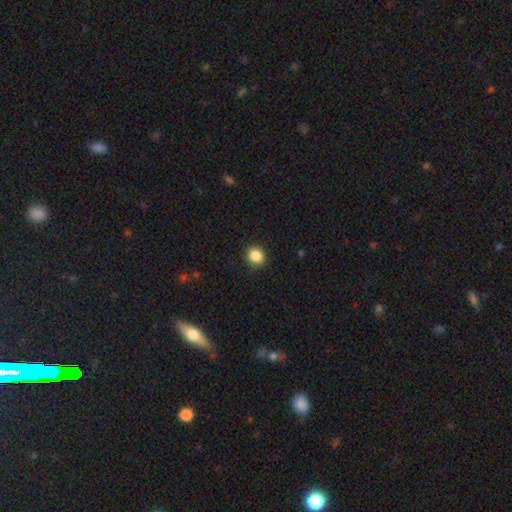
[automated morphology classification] smooth-or-featured: smooth: 87% | star or artifact: 10% | featured or disk: 3%
  how-rounded: round: 78% | in between: 21% | cigar-shaped: 1%
  merging: none: 89% | minor disturbance: 8% | major disturbance: 2% | merger: 1%